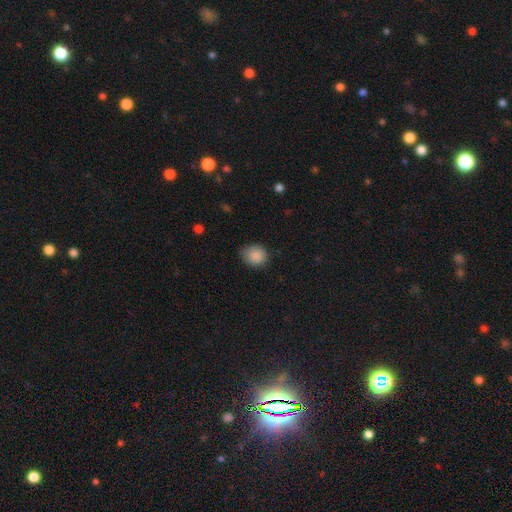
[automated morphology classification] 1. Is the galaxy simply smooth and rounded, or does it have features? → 88% smooth, 8% star or artifact, 4% featured or disk.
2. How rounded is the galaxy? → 72% round, 27% in between, 1% cigar-shaped.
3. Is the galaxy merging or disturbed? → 72% none, 23% minor disturbance, 4% major disturbance, 1% merger.